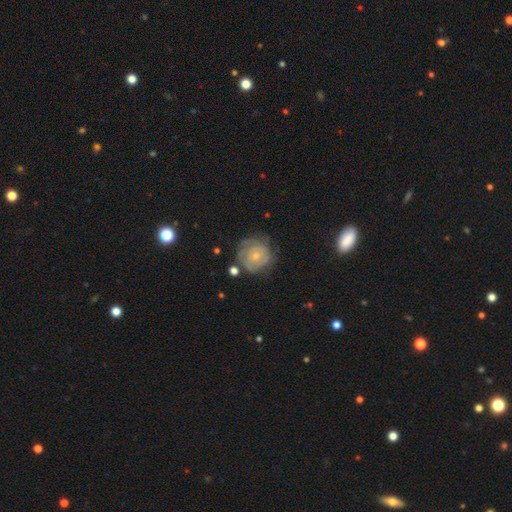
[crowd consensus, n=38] Overall: featured or disk (84%). Edge-on disk: no (100%). Bar: no (69%). Spiral arms: yes (97%). Spiral arm count: 4 (35%; more than 4 29%). Spiral winding: tight (65%; medium 29%). Bulge size: small (62%; moderate 34%). Merging: none (92%).